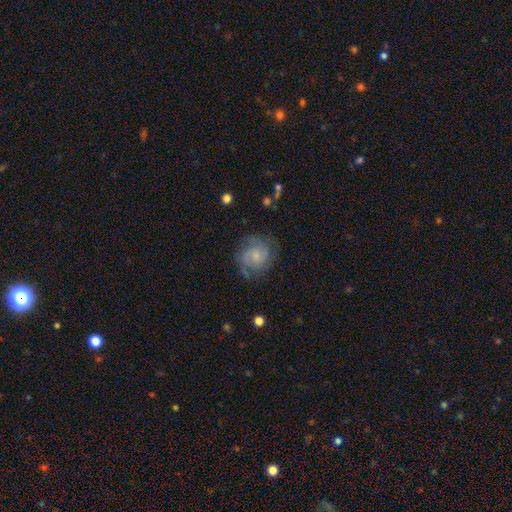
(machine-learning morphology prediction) Smooth or featured? Predicted: smooth (p=0.46). Merging? Predicted: none (p=0.68).